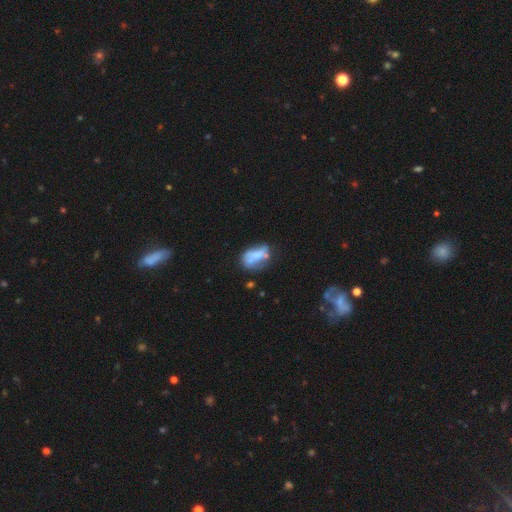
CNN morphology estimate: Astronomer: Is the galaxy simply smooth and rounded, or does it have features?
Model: smooth — 51% (runner-up: featured or disk, 39%).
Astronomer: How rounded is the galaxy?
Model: in between — 84%.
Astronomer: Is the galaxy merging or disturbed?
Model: none — 33% (runner-up: minor disturbance, 27%).